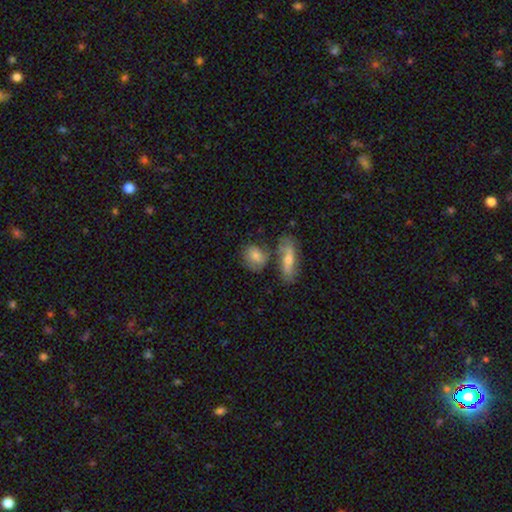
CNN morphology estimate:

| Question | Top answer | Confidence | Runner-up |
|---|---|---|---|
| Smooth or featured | smooth | 72% | featured or disk (20%) |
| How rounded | in between | 48% | round (47%) |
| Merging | none | 54% | merger (26%) |